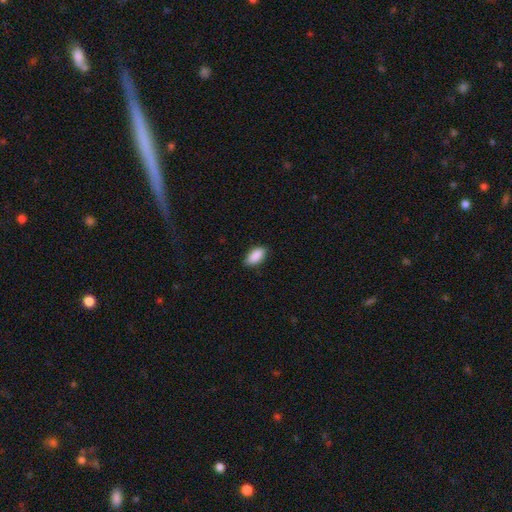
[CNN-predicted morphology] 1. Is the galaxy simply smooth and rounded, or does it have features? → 90% smooth, 6% star or artifact, 4% featured or disk.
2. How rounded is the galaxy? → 92% in between, 5% cigar-shaped, 3% round.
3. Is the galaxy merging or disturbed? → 83% none, 14% minor disturbance, 2% major disturbance, 1% merger.